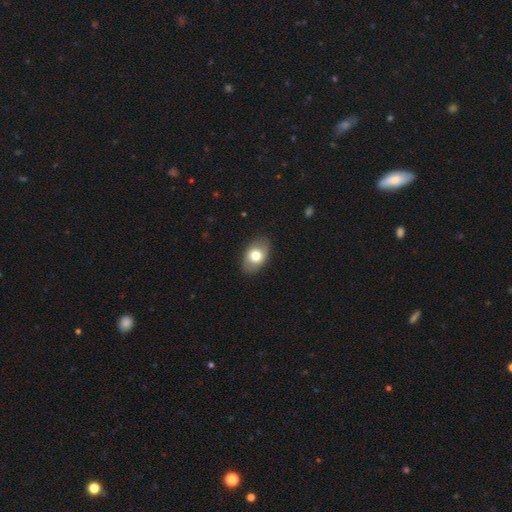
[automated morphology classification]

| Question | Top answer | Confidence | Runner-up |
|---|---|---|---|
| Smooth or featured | smooth | 72% | featured or disk (21%) |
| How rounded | in between | 85% | round (13%) |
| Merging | none | 85% | minor disturbance (11%) |